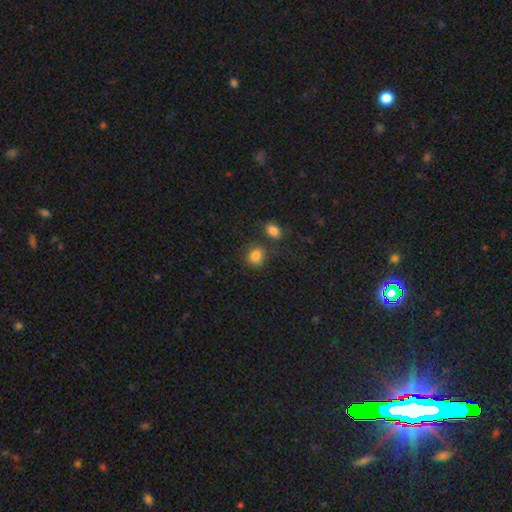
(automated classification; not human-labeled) Morphology: type=smooth (83%); roundness=round (71%); merging=none (70%).